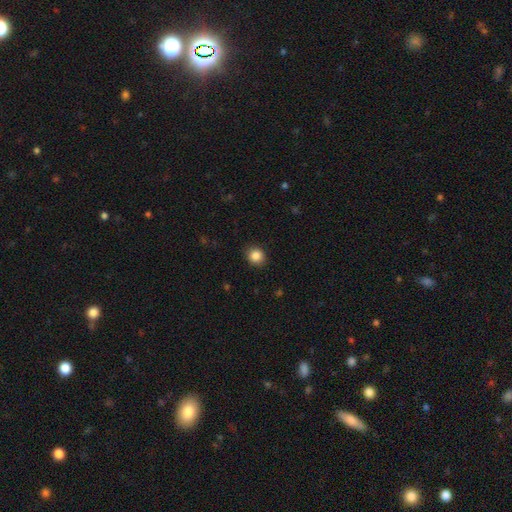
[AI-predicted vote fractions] The model was most divided on "how rounded": round: 82%, in between: 17%, cigar-shaped: 1%. More confident: merging — none (90%); smooth or featured — smooth (86%).